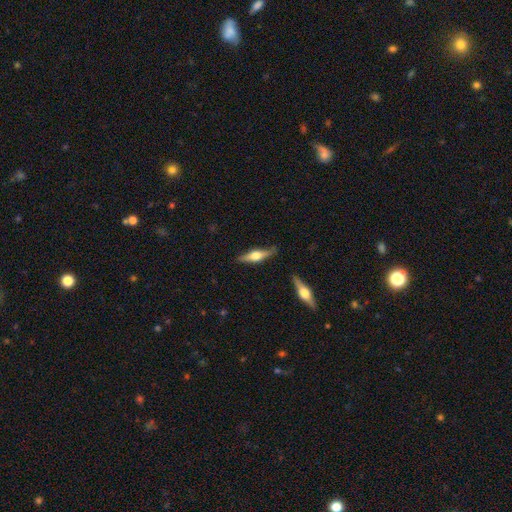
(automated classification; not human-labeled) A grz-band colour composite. It shows a featured or disk galaxy (62%) viewed edge-on (95%) with a rounded central bulge (92%). Merging: none (80%).